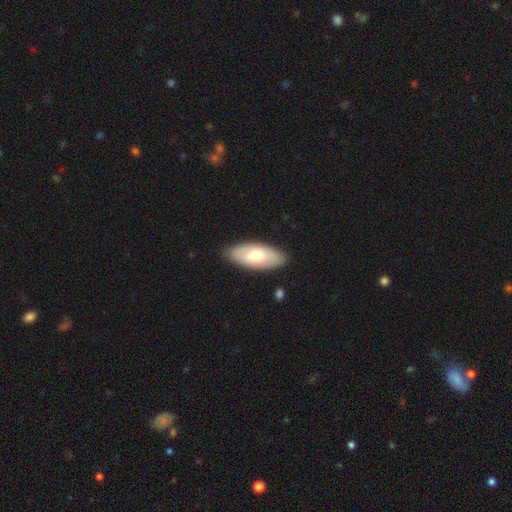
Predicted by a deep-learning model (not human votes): This is likely a smooth galaxy (63%). How rounded: clearly in between (89%). Merging: clearly none (86%).